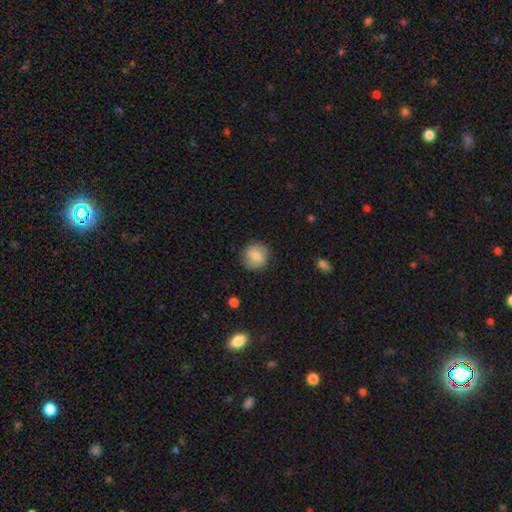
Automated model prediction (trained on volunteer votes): Smooth or featured?
  - smooth: 80% *
  - featured or disk: 12%
  - star or artifact: 8%
How rounded?
  - round: 89% *
  - in between: 10%
  - cigar-shaped: 1%
Merging?
  - none: 86% *
  - minor disturbance: 10%
  - major disturbance: 3%
  - merger: 1%